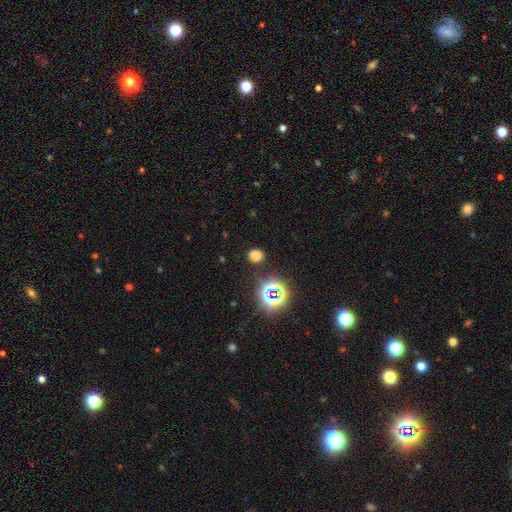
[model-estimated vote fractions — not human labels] This appears to be a smooth galaxy with no disk features (67%) that is round (59%). Merging: none (83%).